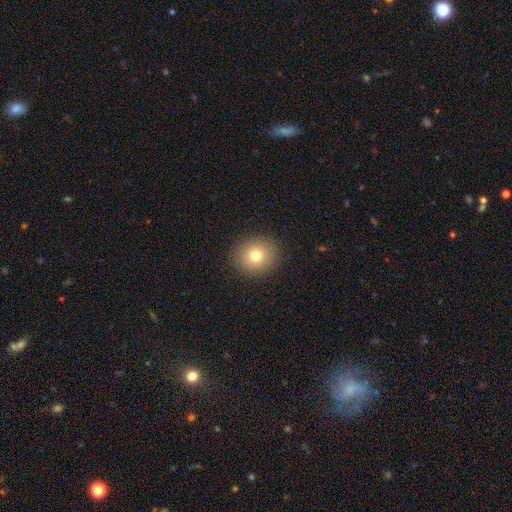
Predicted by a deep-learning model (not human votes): Smooth or featured: smooth — 77% (star or artifact — 12%)
How rounded: round — 84% (in between — 15%)
Merging: none — 91% (minor disturbance — 6%)